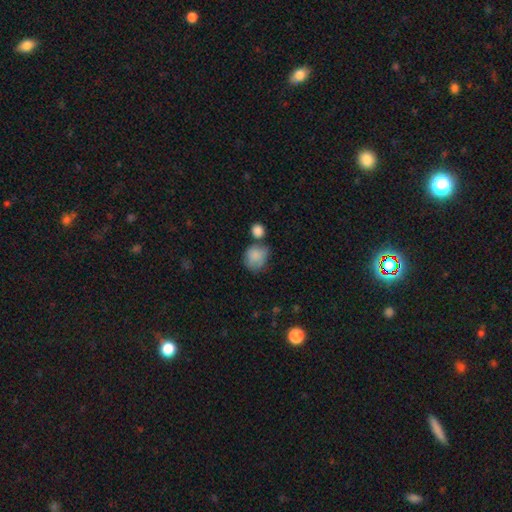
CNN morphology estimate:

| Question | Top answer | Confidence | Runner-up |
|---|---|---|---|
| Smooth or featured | smooth | 83% | featured or disk (9%) |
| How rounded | round | 69% | in between (30%) |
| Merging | none | 46% | minor disturbance (24%) |